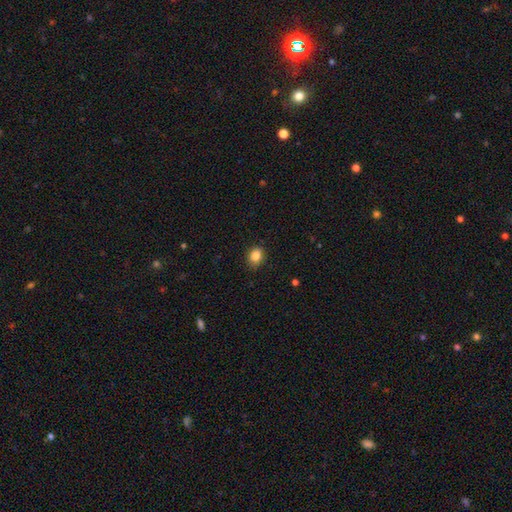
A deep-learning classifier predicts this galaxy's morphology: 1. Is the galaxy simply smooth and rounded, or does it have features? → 86% smooth, 10% star or artifact, 4% featured or disk.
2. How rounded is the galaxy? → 51% round, 48% in between, 1% cigar-shaped.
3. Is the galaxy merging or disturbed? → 83% none, 14% minor disturbance, 3% major disturbance, 1% merger.